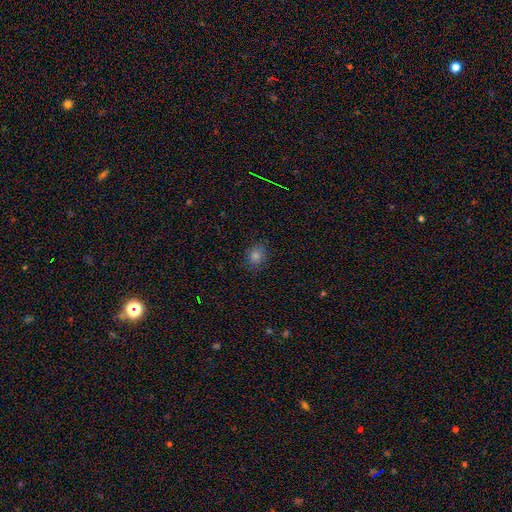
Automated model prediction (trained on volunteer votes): Smooth or featured? Predicted: smooth (p=0.74). How rounded? Predicted: round (p=0.66). Merging? Predicted: none (p=0.86).